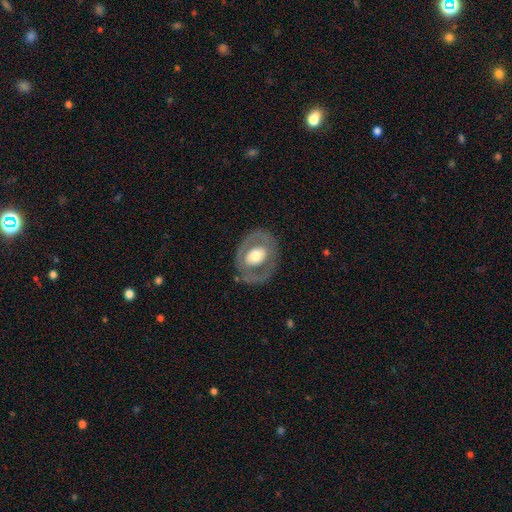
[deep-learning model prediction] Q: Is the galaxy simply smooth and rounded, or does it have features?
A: featured or disk — 57%.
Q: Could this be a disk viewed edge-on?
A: no — 94%.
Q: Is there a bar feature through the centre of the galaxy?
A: no — 70%.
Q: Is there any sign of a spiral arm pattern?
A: no — 80%.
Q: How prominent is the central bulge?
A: moderate — 52%.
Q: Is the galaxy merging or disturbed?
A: none — 74%.